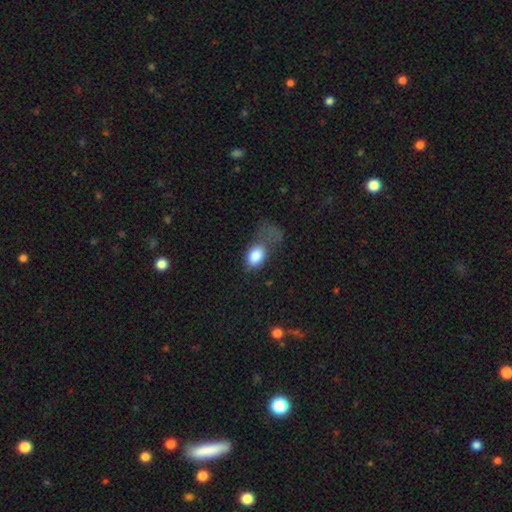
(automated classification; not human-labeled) A smooth galaxy with no disk features (82%) that is in between round and cigar-shaped (83%).

Vote fractions:
- Smooth or featured? smooth: 82% / featured or disk: 10% / star or artifact: 8%
- How rounded? in between: 83% / round: 15% / cigar-shaped: 2%
- Merging? major disturbance: 40% / none: 28% / minor disturbance: 23% / merger: 8%